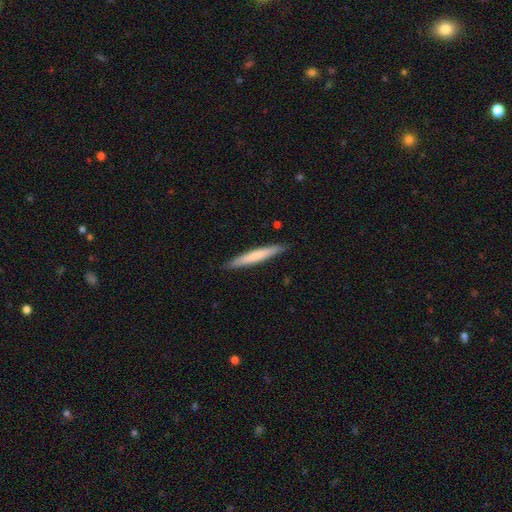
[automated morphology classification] This is likely a smooth galaxy (67%). How rounded: clearly cigar-shaped (96%). Merging: clearly none (90%).